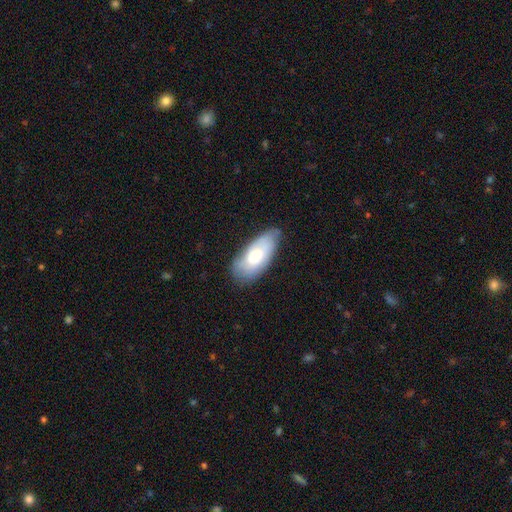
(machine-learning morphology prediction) Smooth or featured?
  - smooth: 63% *
  - featured or disk: 30%
  - star or artifact: 6%
How rounded?
  - in between: 89% *
  - cigar-shaped: 9%
  - round: 2%
Merging?
  - none: 67% *
  - minor disturbance: 26%
  - major disturbance: 5%
  - merger: 2%